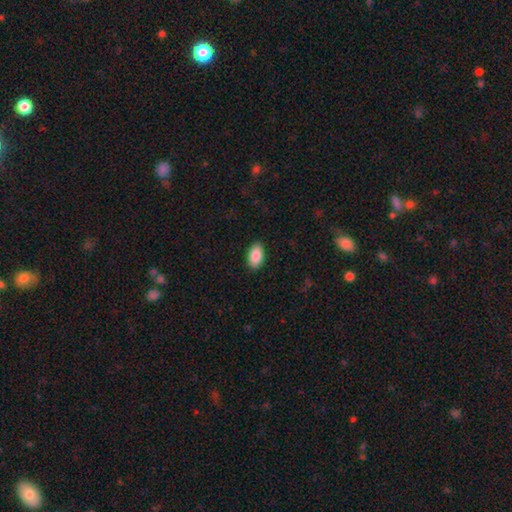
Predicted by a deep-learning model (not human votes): smooth 89%, star or artifact 7%, featured or disk 5%. Down the decision tree: how rounded — in between (94%); merging — none (90%).